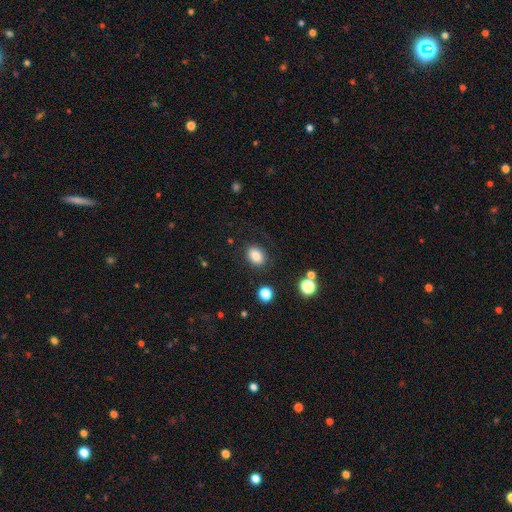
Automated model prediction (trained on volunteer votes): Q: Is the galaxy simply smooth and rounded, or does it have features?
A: smooth — 83%.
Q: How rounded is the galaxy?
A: in between — 64%.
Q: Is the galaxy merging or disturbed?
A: none — 82%.